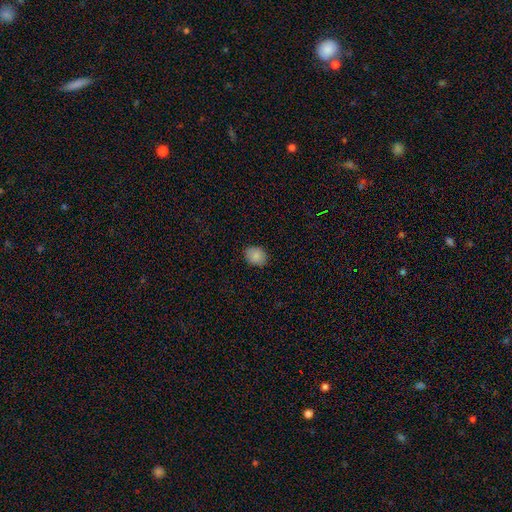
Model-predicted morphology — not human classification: smooth 86%, star or artifact 8%, featured or disk 5%. Down the decision tree: how rounded — in between (53%); merging — none (87%).